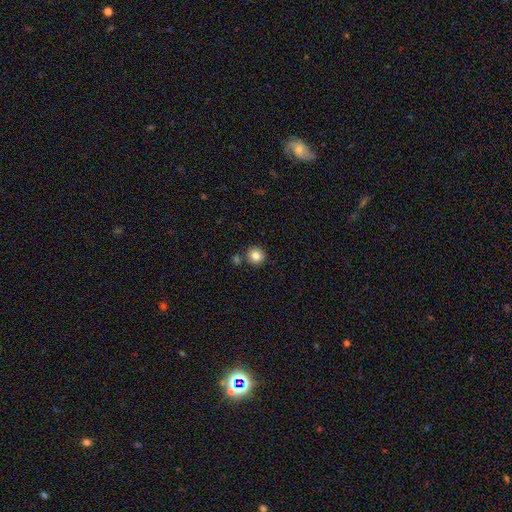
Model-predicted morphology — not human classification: smooth 83%, star or artifact 11%, featured or disk 7%. Down the decision tree: how rounded — round (93%); merging — none (83%).